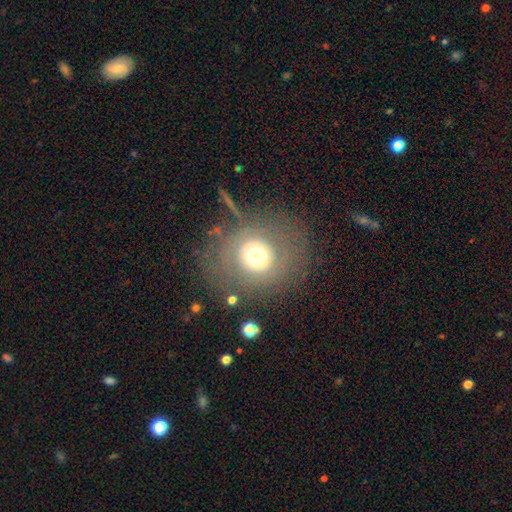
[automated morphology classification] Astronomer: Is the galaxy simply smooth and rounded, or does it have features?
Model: smooth — 59%.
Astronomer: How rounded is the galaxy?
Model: round — 87%.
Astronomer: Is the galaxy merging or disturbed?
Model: none — 76%.